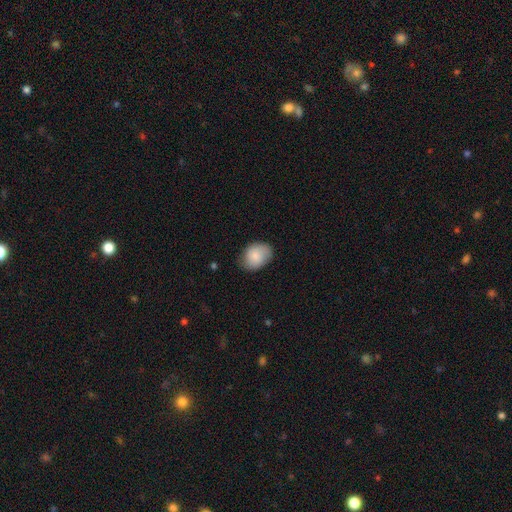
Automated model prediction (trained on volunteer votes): This appears to be a smooth galaxy with no disk features (83%) that is in between round and cigar-shaped (70%). Merging: none (71%).